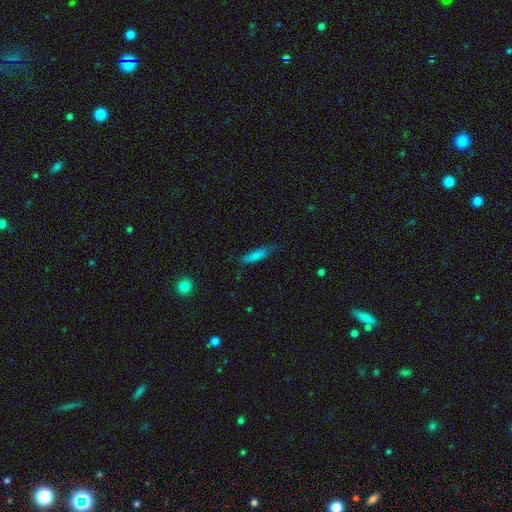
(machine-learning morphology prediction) Smooth or featured?
  - smooth: 78% *
  - featured or disk: 14%
  - star or artifact: 8%
How rounded?
  - cigar-shaped: 63% *
  - in between: 35%
  - round: 2%
Merging?
  - none: 65% *
  - minor disturbance: 27%
  - major disturbance: 6%
  - merger: 2%